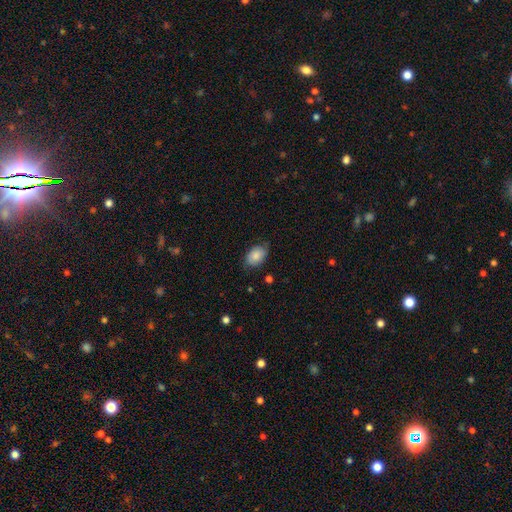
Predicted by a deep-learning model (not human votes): Smooth or featured? smooth (82%)
How rounded? in between (85%)
Merging? none (71%)